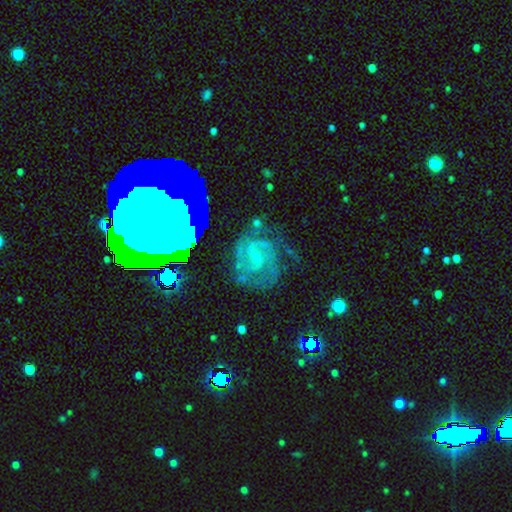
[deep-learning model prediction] Smooth or featured? featured or disk (81%)
Edge-on disk? no (97%)
Bar? weak (50%)
Spiral arms? yes (95%)
Spiral winding? medium (44%)
Spiral arm count? 2 (59%)
Bulge size? small (53%)
Merging? none (67%)